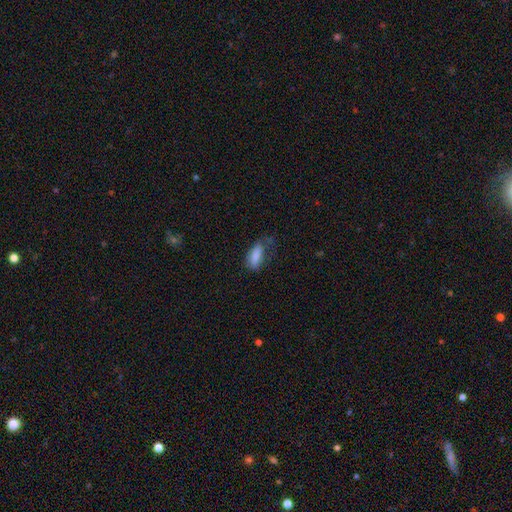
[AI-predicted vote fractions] The model was most divided on "merging": none: 42%, minor disturbance: 33%, major disturbance: 22%, merger: 3%. More confident: smooth or featured — smooth (82%); how rounded — in between (76%).